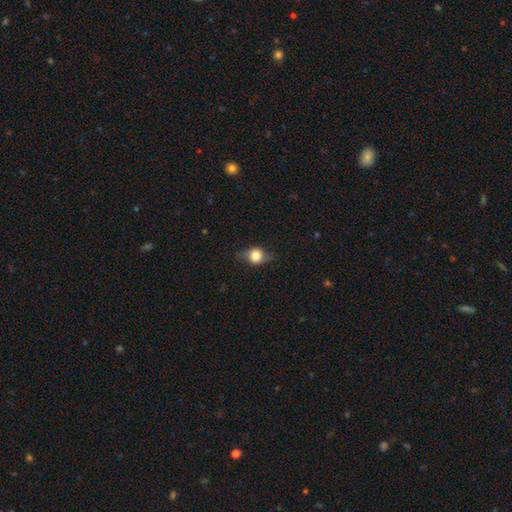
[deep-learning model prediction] smooth-or-featured: smooth: 62% | featured or disk: 29% | star or artifact: 10%
  how-rounded: round: 63% | in between: 34% | cigar-shaped: 3%
  merging: none: 72% | minor disturbance: 20% | major disturbance: 6% | merger: 1%